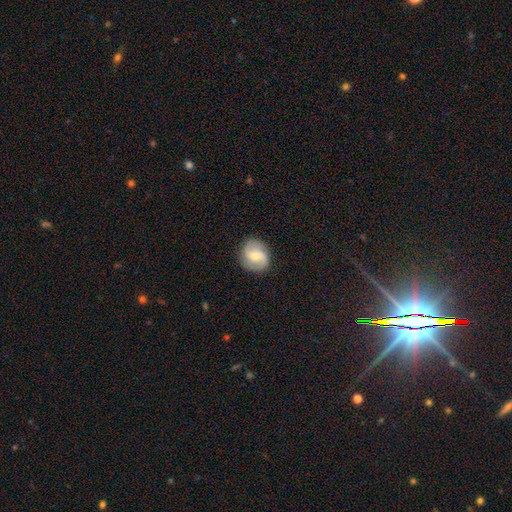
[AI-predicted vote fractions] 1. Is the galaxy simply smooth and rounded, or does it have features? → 63% featured or disk, 30% smooth, 7% star or artifact.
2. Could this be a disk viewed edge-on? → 98% no, 2% yes.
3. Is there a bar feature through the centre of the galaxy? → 49% no, 41% weak, 10% strong.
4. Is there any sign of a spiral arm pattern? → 93% yes, 7% no.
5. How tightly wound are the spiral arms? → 48% medium, 28% loose, 25% tight.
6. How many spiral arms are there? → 83% 2, 6% can't tell, 6% 3, 2% 1, 2% 4, 1% more than 4.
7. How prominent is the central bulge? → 51% small, 42% moderate, 3% none, 3% large, 1% dominant.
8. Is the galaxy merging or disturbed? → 85% none, 11% minor disturbance, 3% major disturbance, 1% merger.